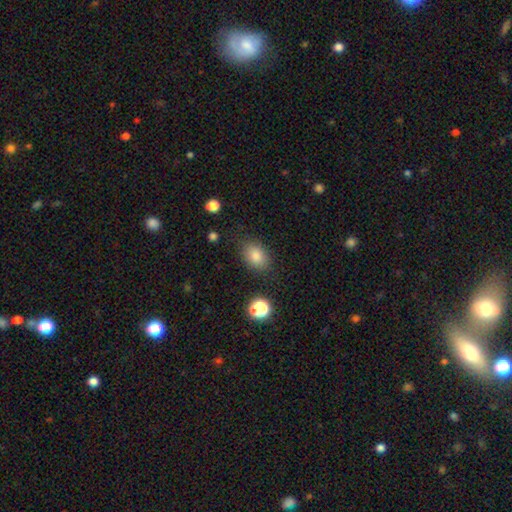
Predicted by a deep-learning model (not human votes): Overall: smooth (81%). How rounded: in between (71%). Merging: none (81%).